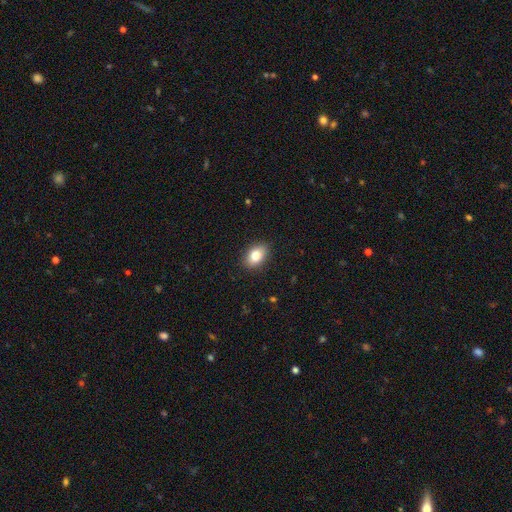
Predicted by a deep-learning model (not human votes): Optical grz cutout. It shows a smooth galaxy with no disk features (81%) that is in between round and cigar-shaped (83%). Merging: none (88%).